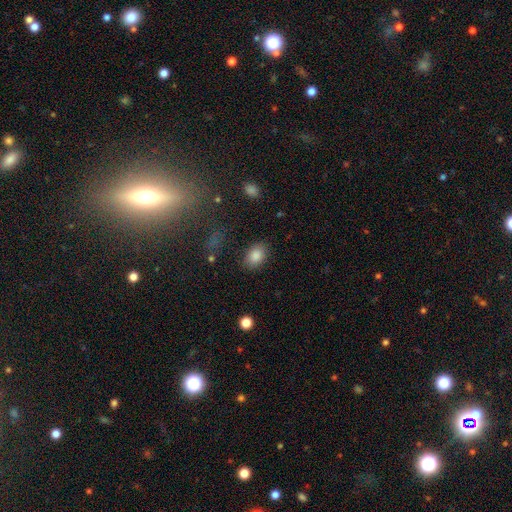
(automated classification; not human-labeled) A smooth galaxy with no disk features (86%) that is in between round and cigar-shaped (80%). Merging: none (83%).